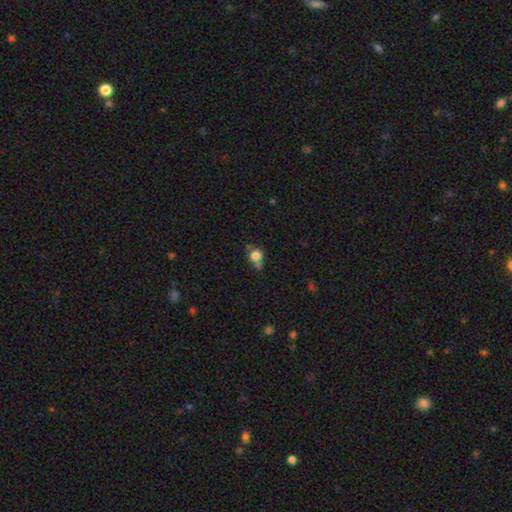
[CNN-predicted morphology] Smooth or featured: smooth — 77% (star or artifact — 13%)
How rounded: round — 76% (in between — 23%)
Merging: none — 45% (merger — 27%)